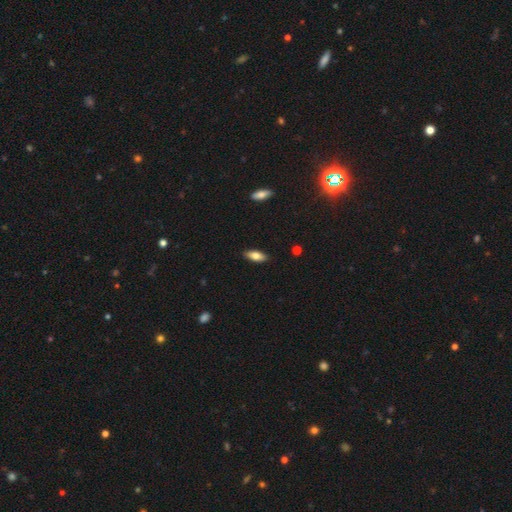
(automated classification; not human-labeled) smooth-or-featured: smooth: 77% | featured or disk: 16% | star or artifact: 6%
  how-rounded: in between: 80% | cigar-shaped: 18% | round: 2%
  merging: none: 88% | minor disturbance: 9% | major disturbance: 2% | merger: 1%